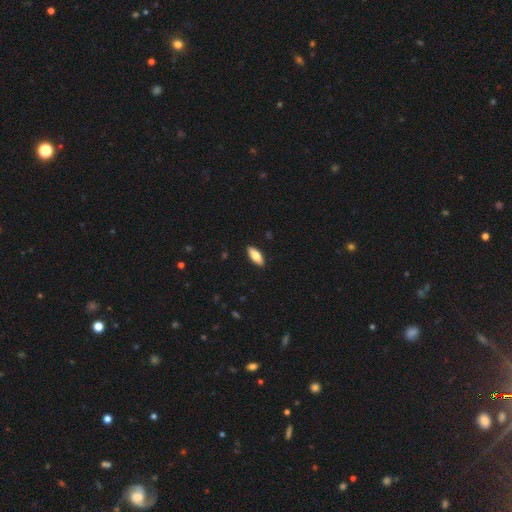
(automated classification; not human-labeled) A smooth galaxy with no disk features (76%) that is in between round and cigar-shaped (78%).

Vote fractions:
- Smooth or featured? smooth: 76% / featured or disk: 18% / star or artifact: 6%
- How rounded? in between: 78% / cigar-shaped: 20% / round: 2%
- Merging? none: 90% / minor disturbance: 8% / major disturbance: 2% / merger: 1%